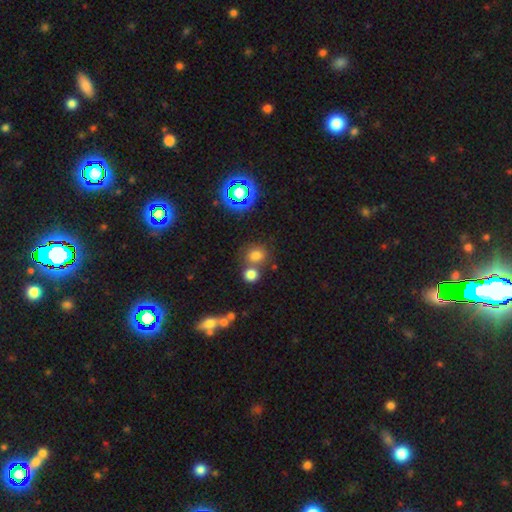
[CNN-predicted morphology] smooth 70%, star or artifact 21%, featured or disk 9%. Down the decision tree: how rounded — round (73%); merging — none (55%).